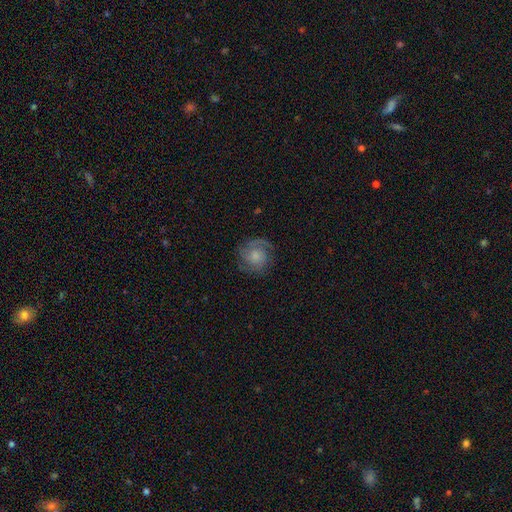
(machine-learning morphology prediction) Smooth or featured? Predicted: featured or disk (p=0.65). Edge-on disk? Predicted: no (p=0.98). Bar? Predicted: no (p=0.74). Spiral arms? Predicted: yes (p=0.92). Spiral winding? Predicted: tight (p=0.47). Spiral arm count? Predicted: 2 (p=0.50). Bulge size? Predicted: moderate (p=0.35). Merging? Predicted: none (p=0.75).